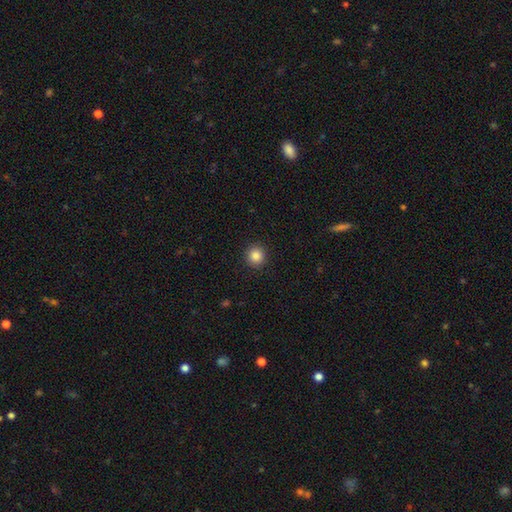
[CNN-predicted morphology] A smooth galaxy with no disk features (86%) that is round (93%).

Vote fractions:
- Smooth or featured? smooth: 86% / star or artifact: 10% / featured or disk: 4%
- How rounded? round: 93% / in between: 6% / cigar-shaped: 1%
- Merging? none: 92% / minor disturbance: 5% / major disturbance: 2% / merger: 1%